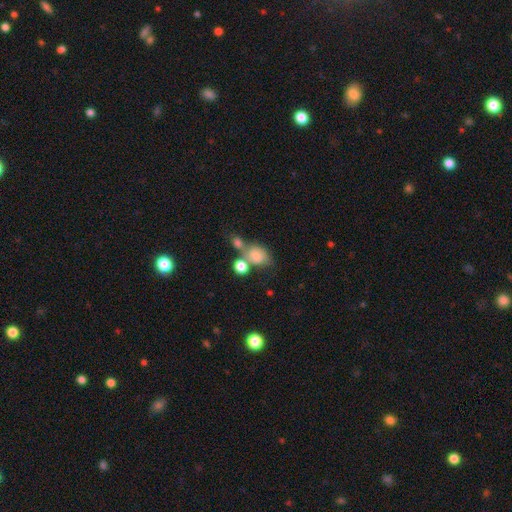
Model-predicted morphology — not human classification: smooth_or_featured: smooth (p=0.76) [alt: featured or disk p=0.14]
how_rounded: in between (p=0.52) [alt: round p=0.47]
merging: merger (p=0.42) [alt: none p=0.32]